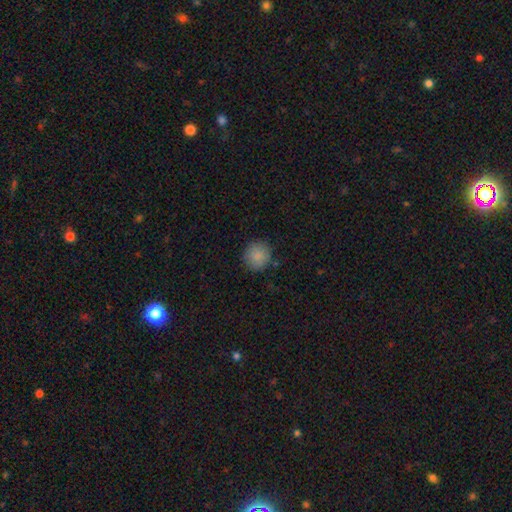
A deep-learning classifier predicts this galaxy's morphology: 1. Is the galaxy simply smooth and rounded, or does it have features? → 87% smooth, 8% star or artifact, 4% featured or disk.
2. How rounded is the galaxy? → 90% round, 9% in between, 1% cigar-shaped.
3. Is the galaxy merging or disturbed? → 87% none, 9% minor disturbance, 2% major disturbance, 2% merger.